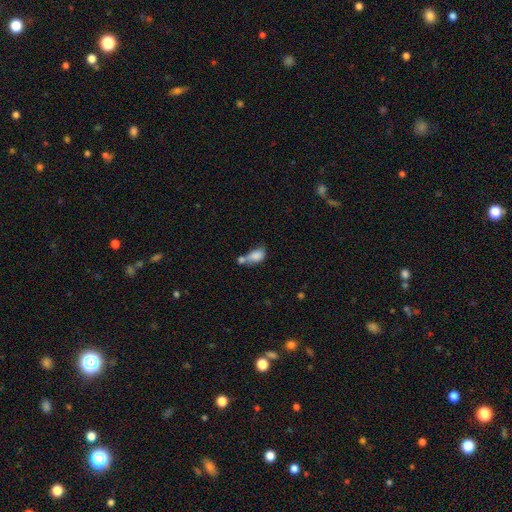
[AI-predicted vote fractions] Overall: smooth (80%). How rounded: in between (85%). Merging: merger (56%; none 22%).